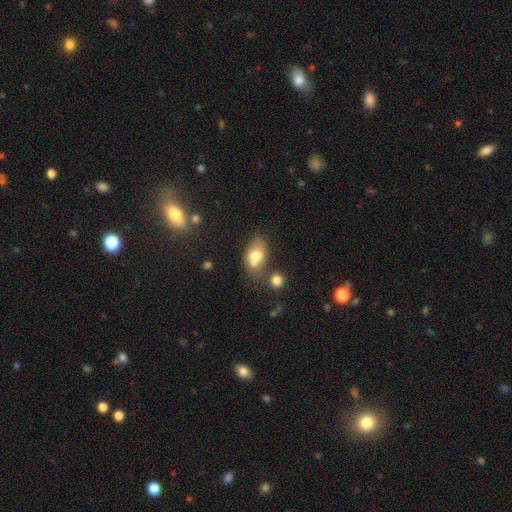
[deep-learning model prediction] This appears to be a smooth galaxy with no disk features (70%) that is in between round and cigar-shaped (79%). Merging: merger (44%).